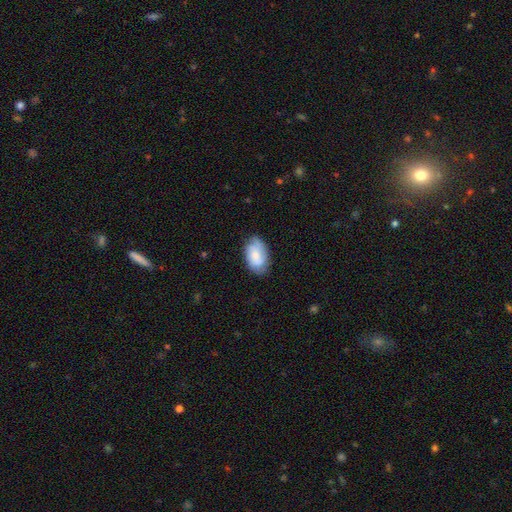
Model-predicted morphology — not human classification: Smooth or featured: smooth — 65% (featured or disk — 28%)
How rounded: in between — 91% (round — 7%)
Merging: none — 71% (minor disturbance — 23%)